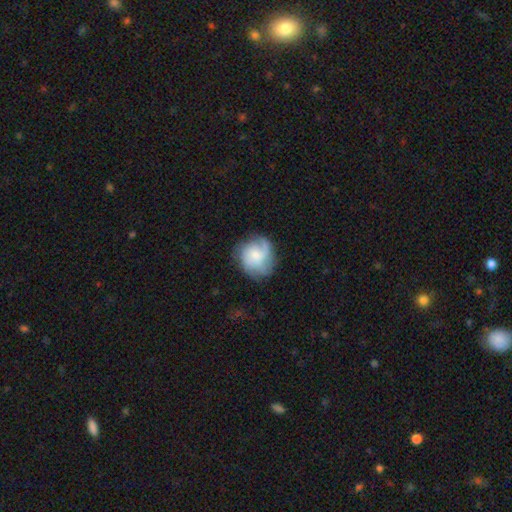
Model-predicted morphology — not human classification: Smooth or featured?
  - featured or disk: 56% *
  - smooth: 36%
  - star or artifact: 8%
Edge-on disk?
  - no: 98% *
  - yes: 2%
Bar?
  - no: 69% *
  - weak: 28%
  - strong: 4%
Spiral arms?
  - yes: 88% *
  - no: 12%
Bulge size?
  - small: 43% *
  - moderate: 34%
  - none: 14%
  - large: 7%
  - dominant: 2%
Merging?
  - none: 62% *
  - minor disturbance: 22%
  - major disturbance: 15%
  - merger: 2%